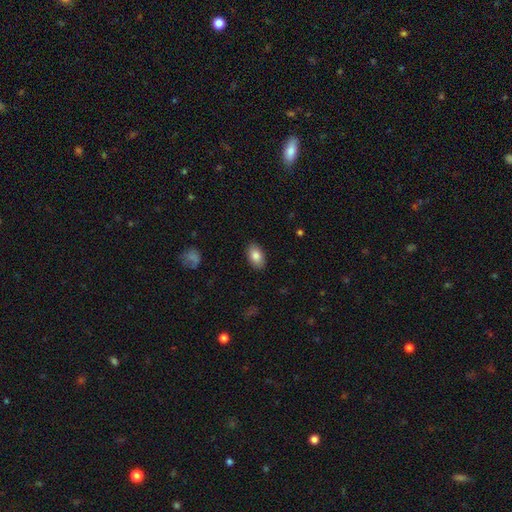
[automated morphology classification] This appears to be a smooth galaxy with no disk features (84%) that is in between round and cigar-shaped (92%). Merging: none (88%).